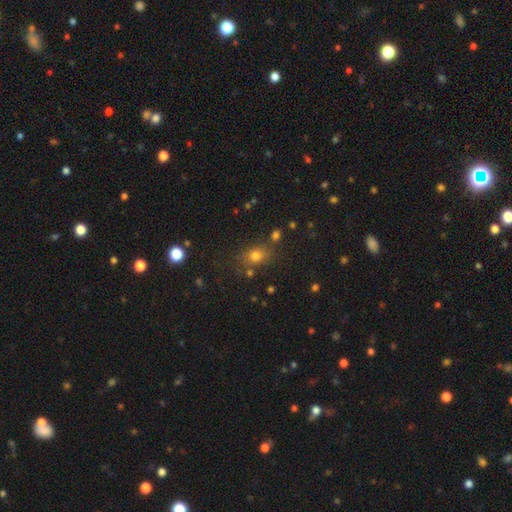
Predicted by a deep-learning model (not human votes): A smooth galaxy with no disk features (74%) that is in between round and cigar-shaped (51%).

Vote fractions:
- Smooth or featured? smooth: 74% / star or artifact: 17% / featured or disk: 9%
- How rounded? in between: 51% / round: 47% / cigar-shaped: 2%
- Merging? none: 74% / minor disturbance: 14% / merger: 7% / major disturbance: 5%